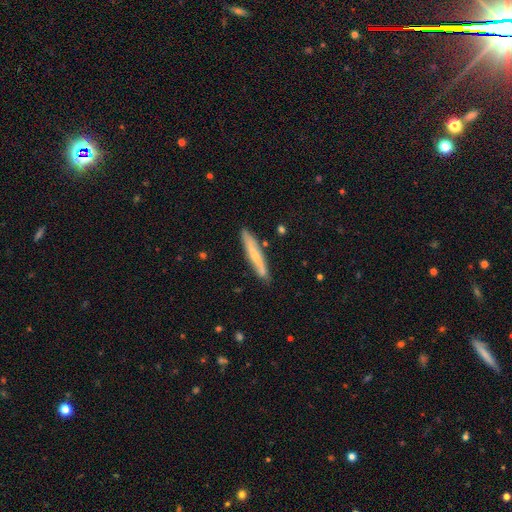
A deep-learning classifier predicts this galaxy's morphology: smooth-or-featured: featured or disk: 53% | smooth: 41% | star or artifact: 6%
  disk-edge-on: yes: 80% | no: 20%
  merging: none: 84% | minor disturbance: 12% | major disturbance: 2% | merger: 2%